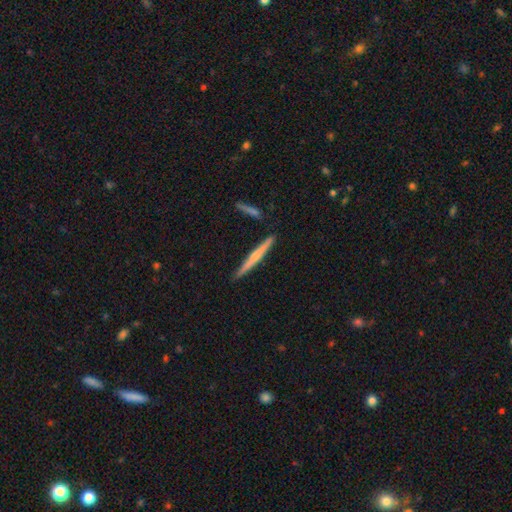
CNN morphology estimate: smooth_or_featured: smooth (p=0.49) [alt: featured or disk p=0.46]
merging: none (p=0.88) [alt: minor disturbance p=0.08]